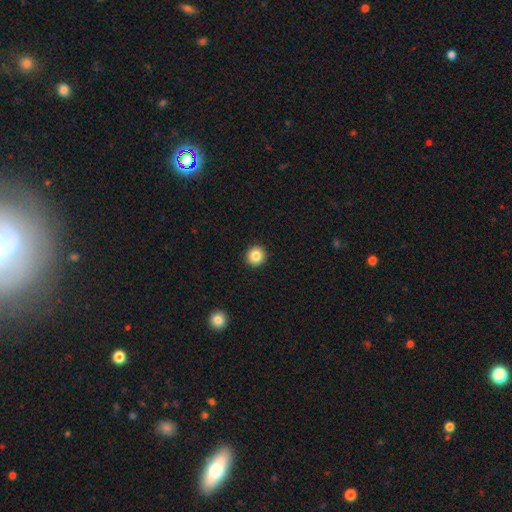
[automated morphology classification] Smooth or featured?
  - smooth: 85% *
  - star or artifact: 10%
  - featured or disk: 5%
How rounded?
  - round: 94% *
  - in between: 5%
  - cigar-shaped: 1%
Merging?
  - none: 93% *
  - minor disturbance: 4%
  - major disturbance: 1%
  - merger: 1%